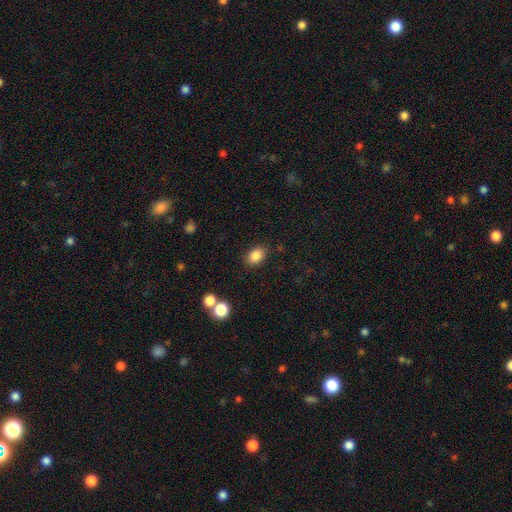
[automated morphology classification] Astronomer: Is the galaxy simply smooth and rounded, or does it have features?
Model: smooth — 86%.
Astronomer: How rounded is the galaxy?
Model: in between — 80%.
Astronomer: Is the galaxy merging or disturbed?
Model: none — 84%.